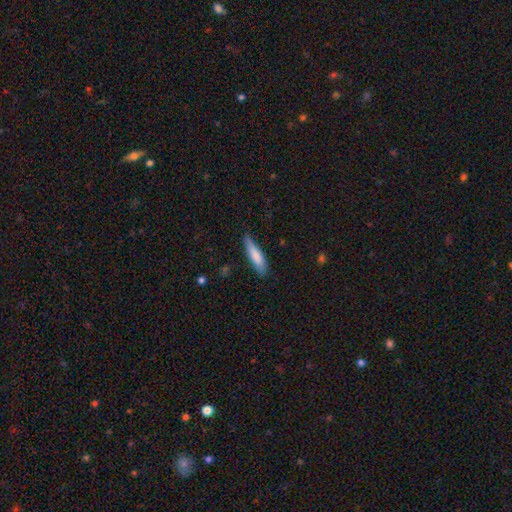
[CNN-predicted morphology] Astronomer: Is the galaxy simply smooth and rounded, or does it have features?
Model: smooth — 80%.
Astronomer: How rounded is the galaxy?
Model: cigar-shaped — 76%.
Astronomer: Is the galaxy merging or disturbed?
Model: none — 80%.